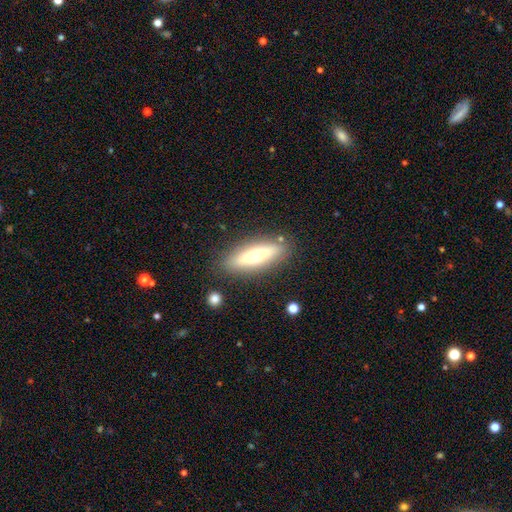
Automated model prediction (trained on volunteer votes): Smooth or featured? smooth (51%)
How rounded? cigar-shaped (58%)
Merging? none (84%)